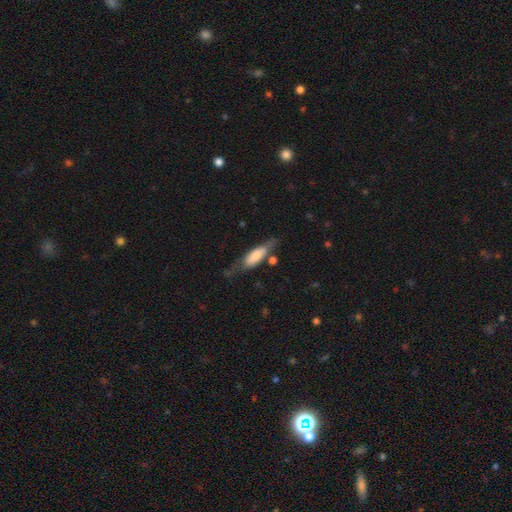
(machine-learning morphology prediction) Smooth or featured?
  - smooth: 63% *
  - featured or disk: 31%
  - star or artifact: 6%
How rounded?
  - in between: 57% *
  - cigar-shaped: 41%
  - round: 2%
Merging?
  - none: 47% *
  - minor disturbance: 30%
  - major disturbance: 16%
  - merger: 7%